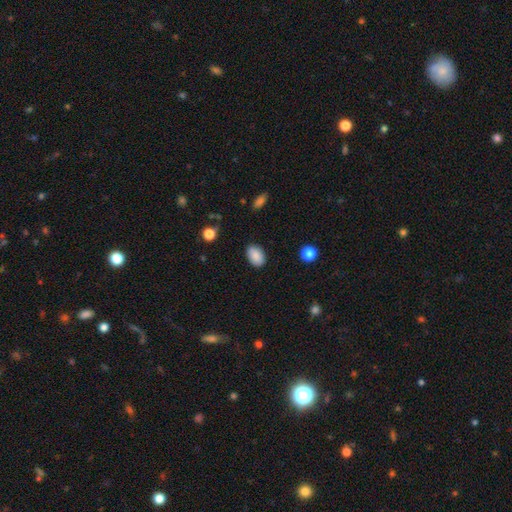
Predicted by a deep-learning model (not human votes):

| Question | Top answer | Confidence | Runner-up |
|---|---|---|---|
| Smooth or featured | smooth | 88% | star or artifact (7%) |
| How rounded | in between | 88% | round (11%) |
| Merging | none | 86% | minor disturbance (10%) |